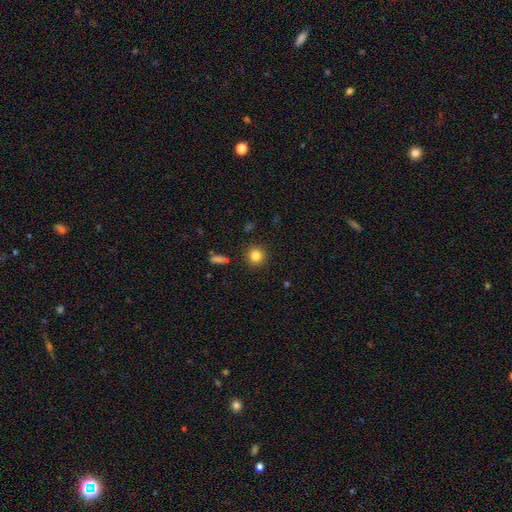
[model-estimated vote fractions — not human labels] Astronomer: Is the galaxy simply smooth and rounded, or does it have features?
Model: smooth — 84%.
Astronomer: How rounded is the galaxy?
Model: round — 93%.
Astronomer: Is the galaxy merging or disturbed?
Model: none — 91%.